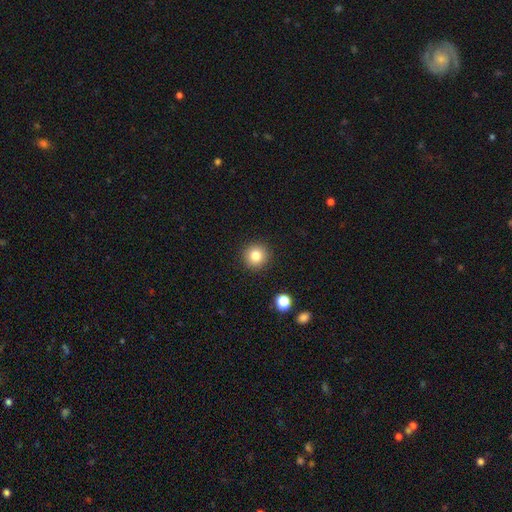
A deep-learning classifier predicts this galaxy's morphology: smooth-or-featured: smooth: 82% | star or artifact: 11% | featured or disk: 7%
  how-rounded: round: 94% | in between: 5% | cigar-shaped: 1%
  merging: none: 91% | minor disturbance: 6% | major disturbance: 2% | merger: 1%